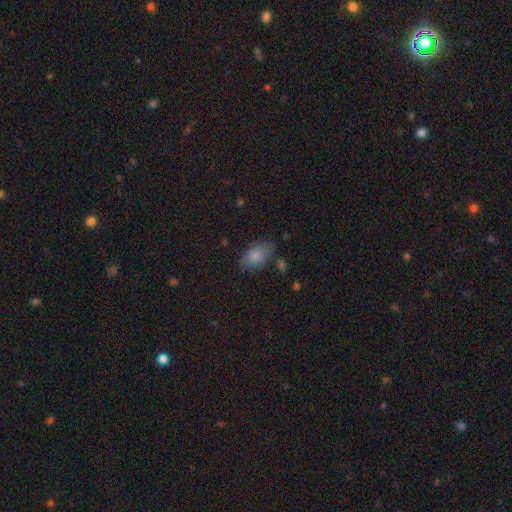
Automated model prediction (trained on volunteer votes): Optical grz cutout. It shows a smooth galaxy with no disk features (84%) that is in between round and cigar-shaped (91%). Merging: none (70%).